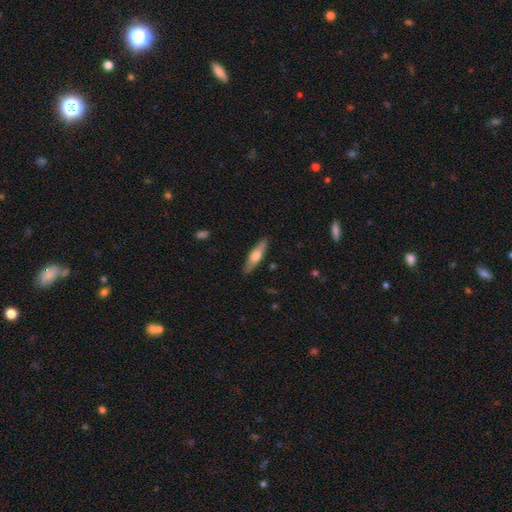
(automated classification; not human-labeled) Smooth or featured? smooth (54%)
How rounded? cigar-shaped (68%)
Merging? none (88%)